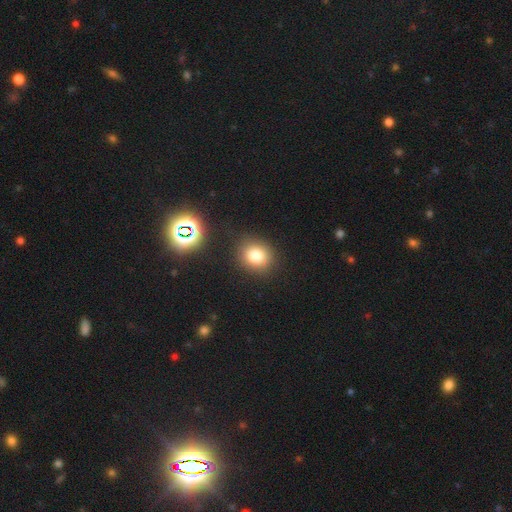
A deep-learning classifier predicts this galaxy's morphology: Smooth or featured? smooth (79%)
How rounded? round (77%)
Merging? none (85%)